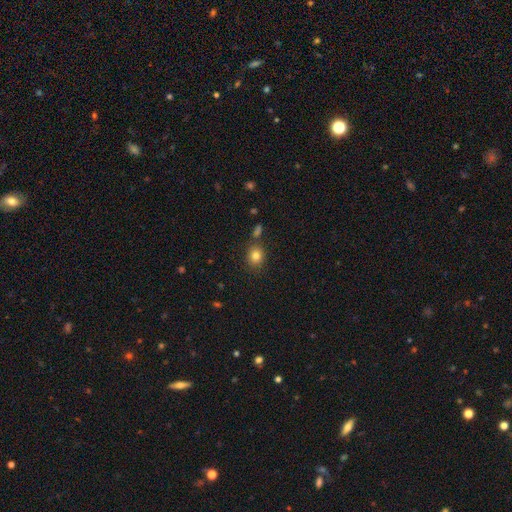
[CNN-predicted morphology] smooth 82%, star or artifact 11%, featured or disk 7%. Down the decision tree: how rounded — round (68%); merging — none (78%).